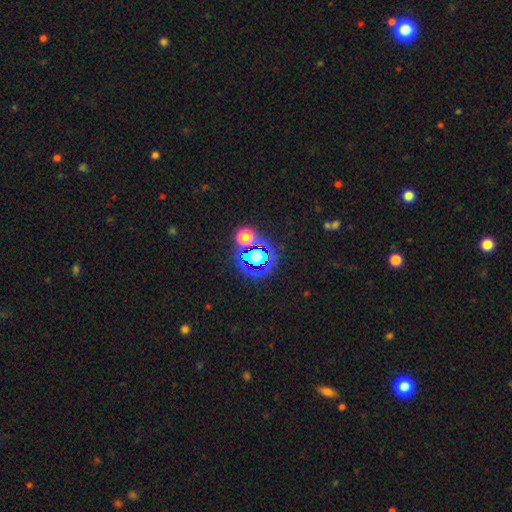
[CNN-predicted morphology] Smooth or featured? Predicted: star or artifact (p=0.62).